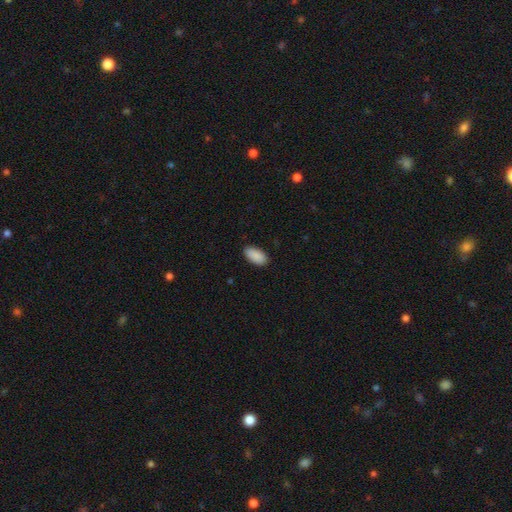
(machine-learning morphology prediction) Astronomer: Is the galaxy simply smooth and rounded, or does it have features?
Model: smooth — 91%.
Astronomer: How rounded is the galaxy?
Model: in between — 95%.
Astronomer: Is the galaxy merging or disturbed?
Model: none — 88%.